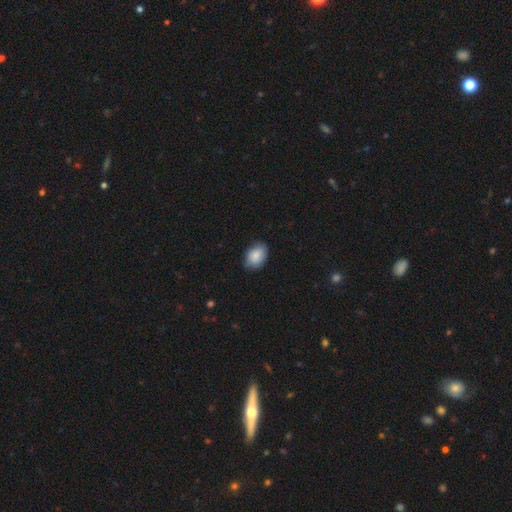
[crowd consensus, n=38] Q: Smooth or featured?
A: smooth (95%); runner-up: featured or disk (5%)
Q: How rounded?
A: in between (78%); runner-up: round (22%)
Q: Merging?
A: none (68%); runner-up: minor disturbance (29%)